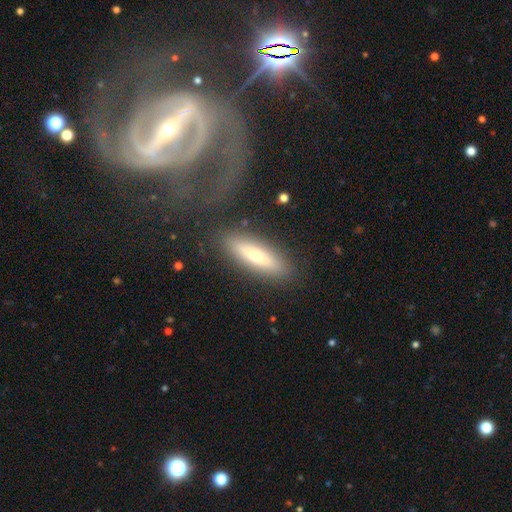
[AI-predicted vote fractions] Overall: smooth (59%; featured or disk 33%). How rounded: cigar-shaped (62%; in between 36%). Merging: none (83%).